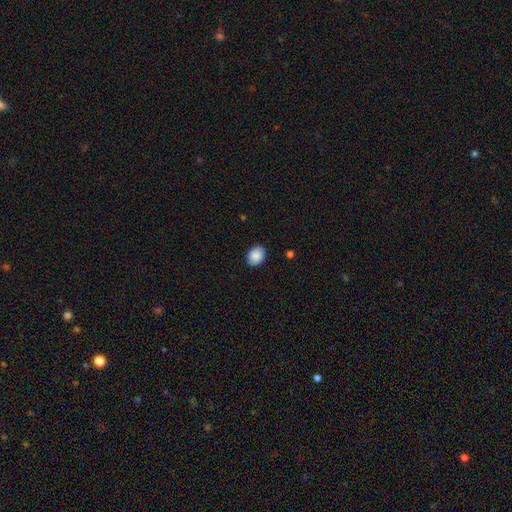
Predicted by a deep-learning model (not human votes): A smooth galaxy with no disk features (89%) that is in between round and cigar-shaped (66%). Merging: none (87%).